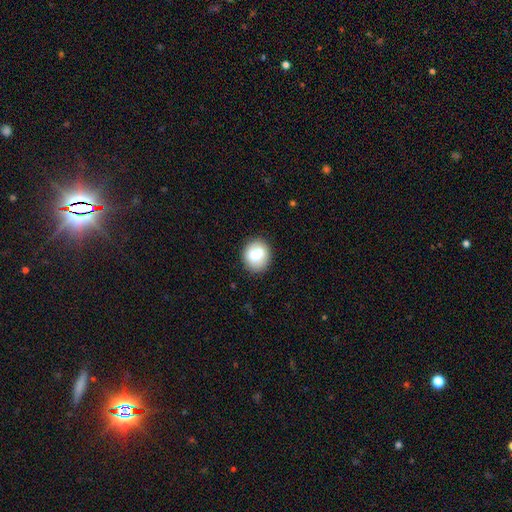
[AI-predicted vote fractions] Smooth or featured: smooth — 74% (featured or disk — 18%)
How rounded: round — 78% (in between — 21%)
Merging: none — 81% (minor disturbance — 12%)